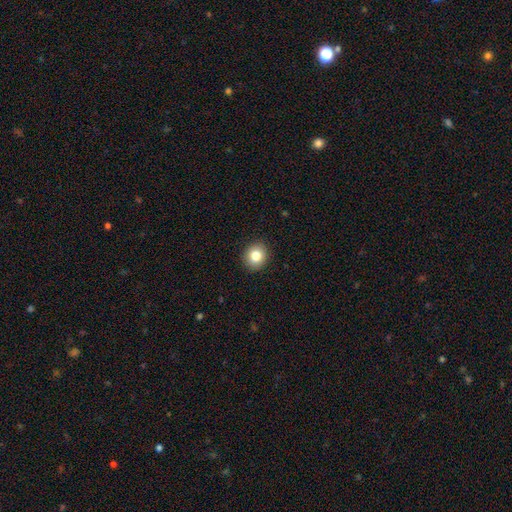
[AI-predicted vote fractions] Smooth or featured? Predicted: smooth (p=0.83). How rounded? Predicted: round (p=0.80). Merging? Predicted: none (p=0.91).